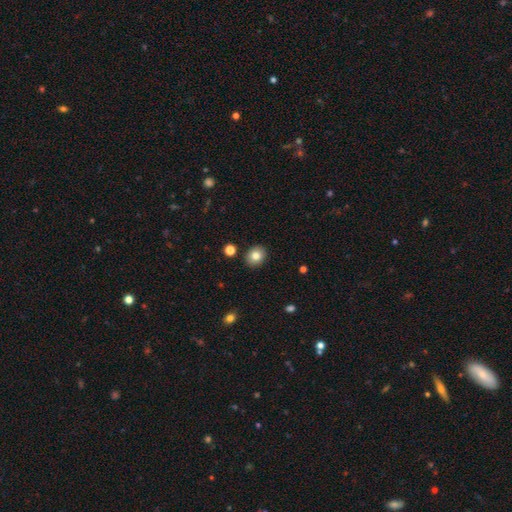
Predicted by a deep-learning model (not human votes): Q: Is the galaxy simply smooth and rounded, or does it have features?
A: smooth — 81%.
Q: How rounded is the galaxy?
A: round — 61%.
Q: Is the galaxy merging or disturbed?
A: none — 90%.